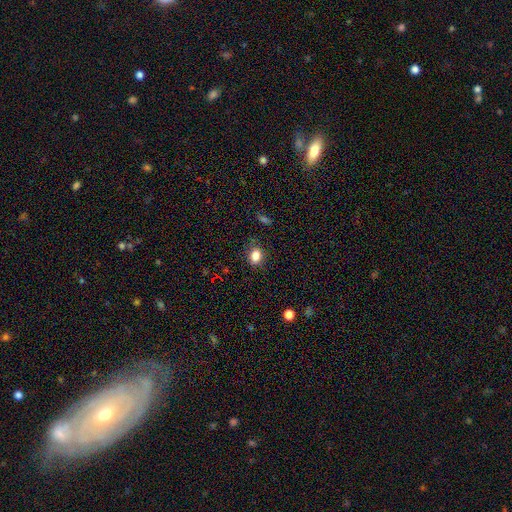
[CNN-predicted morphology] smooth_or_featured: smooth (p=0.83) [alt: star or artifact p=0.11]
how_rounded: in between (p=0.64) [alt: round p=0.34]
merging: none (p=0.82) [alt: minor disturbance p=0.13]